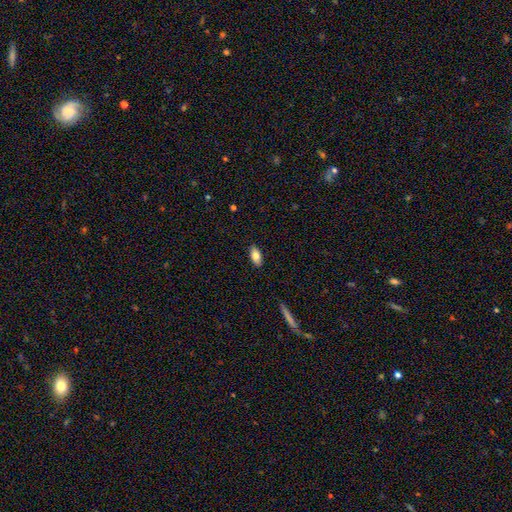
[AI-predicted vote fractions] The model was most divided on "smooth or featured": smooth: 79%, featured or disk: 14%, star or artifact: 7%. More confident: how rounded — in between (91%); merging — none (88%).